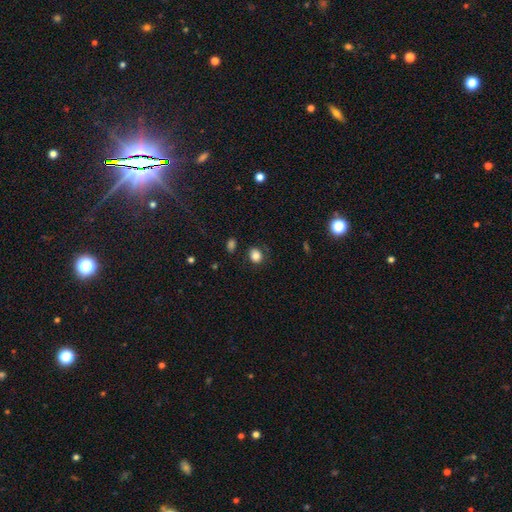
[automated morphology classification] smooth-or-featured: smooth: 82% | star or artifact: 11% | featured or disk: 7%
  how-rounded: round: 62% | in between: 37% | cigar-shaped: 1%
  merging: none: 76% | minor disturbance: 15% | major disturbance: 5% | merger: 3%